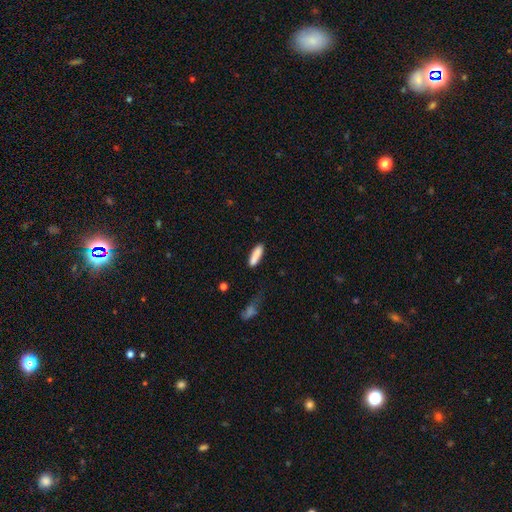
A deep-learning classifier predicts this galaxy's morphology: Smooth or featured?
  - smooth: 86% *
  - featured or disk: 7%
  - star or artifact: 6%
How rounded?
  - cigar-shaped: 64% *
  - in between: 34%
  - round: 2%
Merging?
  - none: 75% *
  - minor disturbance: 17%
  - merger: 4%
  - major disturbance: 4%